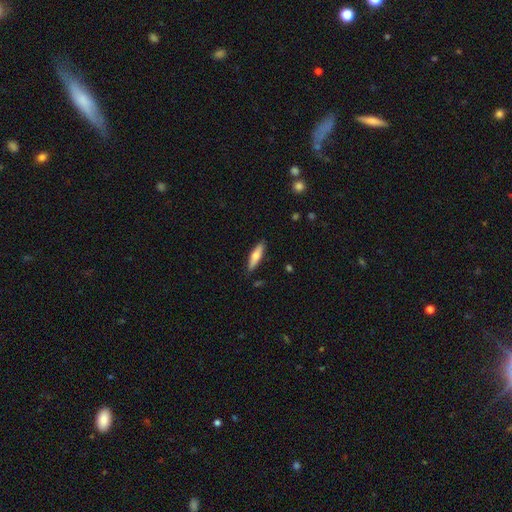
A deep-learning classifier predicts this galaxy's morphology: Smooth or featured: smooth — 63% (featured or disk — 31%)
How rounded: cigar-shaped — 69% (in between — 29%)
Merging: none — 86% (minor disturbance — 11%)